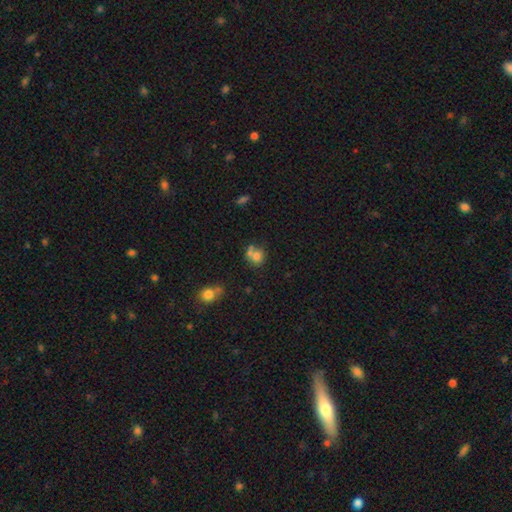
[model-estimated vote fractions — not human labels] A smooth galaxy with no disk features (72%) that is round (73%). Merging: none (41%, tied with merger).